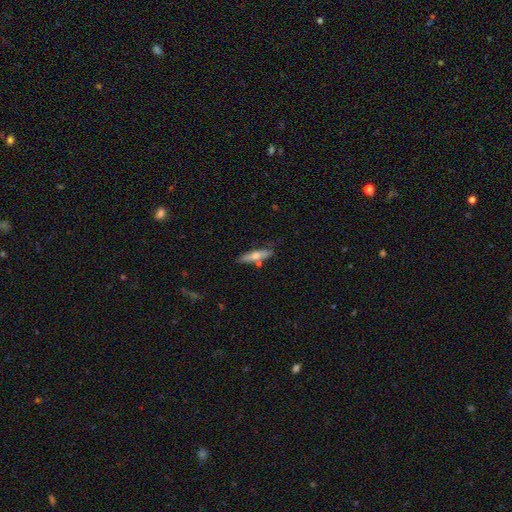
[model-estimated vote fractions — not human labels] smooth_or_featured: smooth (p=0.52) [alt: featured or disk p=0.42]
how_rounded: cigar-shaped (p=0.78) [alt: in between p=0.20]
merging: none (p=0.74) [alt: minor disturbance p=0.16]